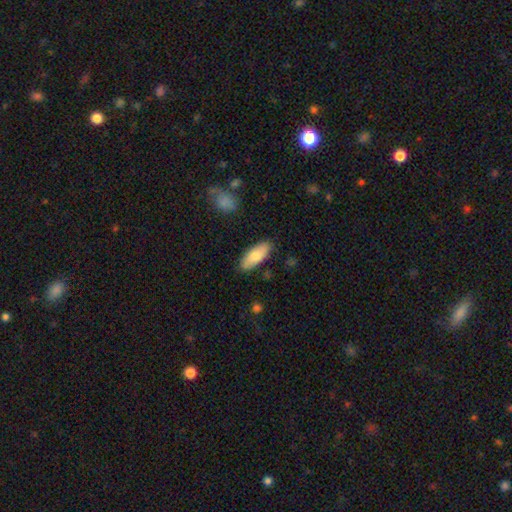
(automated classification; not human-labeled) Smooth or featured: smooth — 77% (featured or disk — 18%)
How rounded: in between — 77% (cigar-shaped — 21%)
Merging: none — 85% (minor disturbance — 11%)